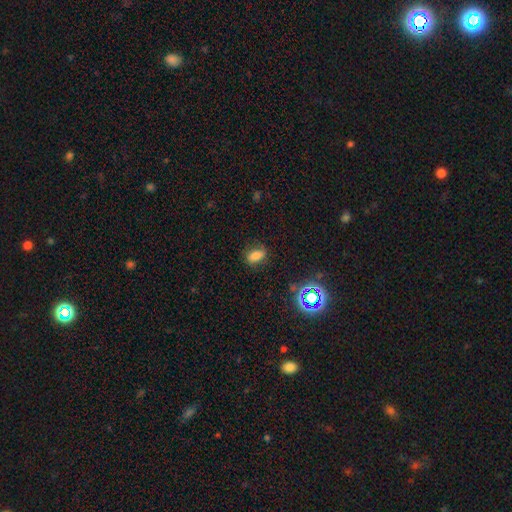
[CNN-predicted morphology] This is likely a smooth galaxy (72%). How rounded: clearly in between (83%). Merging: likely none (75%).